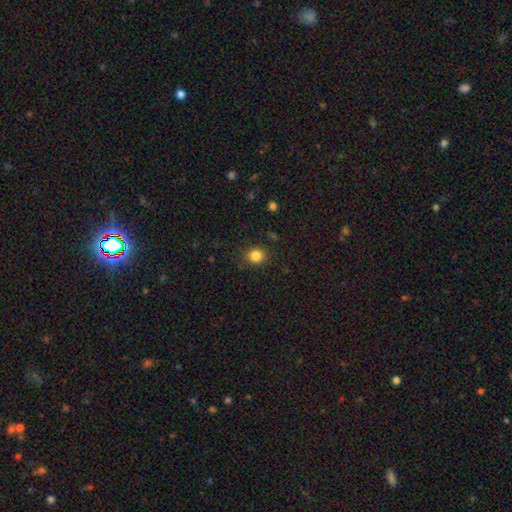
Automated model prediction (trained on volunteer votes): A smooth galaxy with no disk features (84%) that is round (76%).

Vote fractions:
- Smooth or featured? smooth: 84% / star or artifact: 11% / featured or disk: 5%
- How rounded? round: 76% / in between: 24% / cigar-shaped: 1%
- Merging? none: 87% / minor disturbance: 9% / major disturbance: 3% / merger: 1%